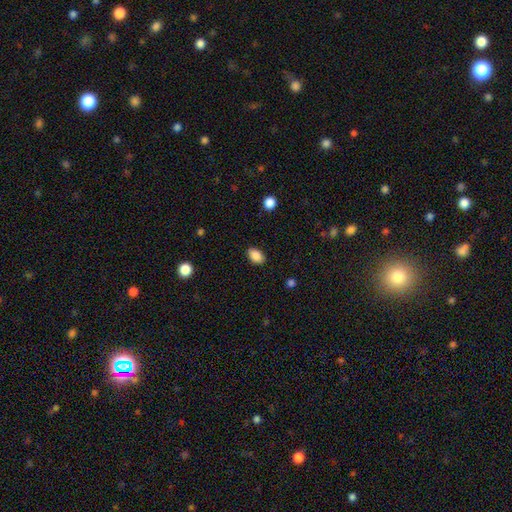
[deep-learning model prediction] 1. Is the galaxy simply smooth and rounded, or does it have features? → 88% smooth, 8% star or artifact, 4% featured or disk.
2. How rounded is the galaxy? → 84% in between, 14% round, 1% cigar-shaped.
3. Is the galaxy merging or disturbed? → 86% none, 10% minor disturbance, 2% major disturbance, 1% merger.